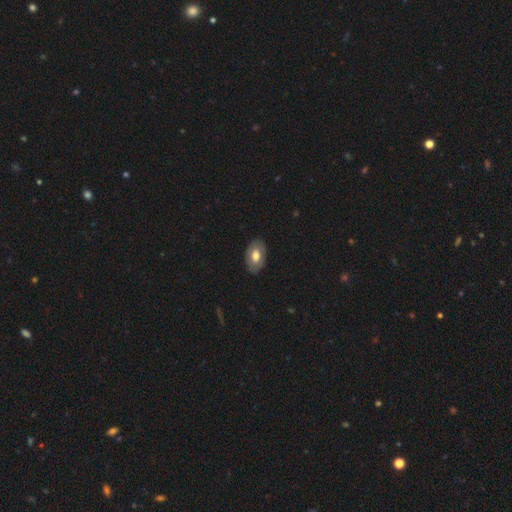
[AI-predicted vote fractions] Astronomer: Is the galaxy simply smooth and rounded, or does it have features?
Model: smooth — 63%.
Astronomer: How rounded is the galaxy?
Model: in between — 90%.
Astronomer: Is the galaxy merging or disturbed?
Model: none — 84%.